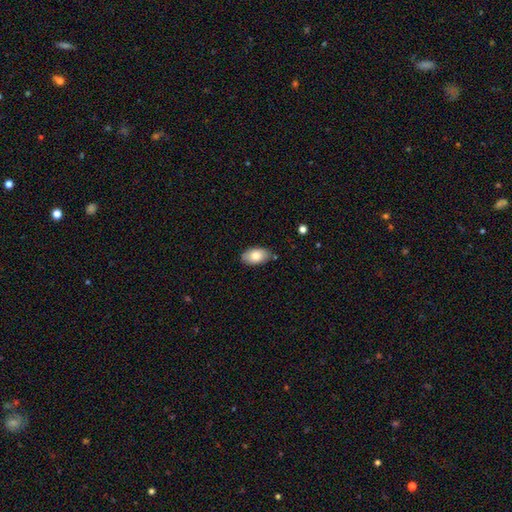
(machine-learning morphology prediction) Smooth or featured: smooth — 81% (featured or disk — 12%)
How rounded: in between — 93% (round — 5%)
Merging: none — 80% (minor disturbance — 15%)